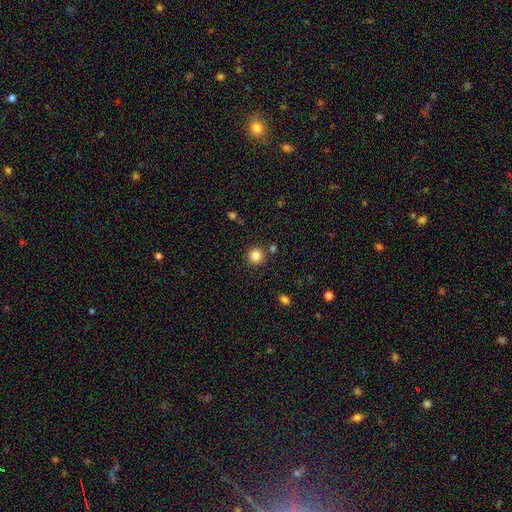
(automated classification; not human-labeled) A smooth galaxy with no disk features (84%) that is round (94%). Merging: none (87%).